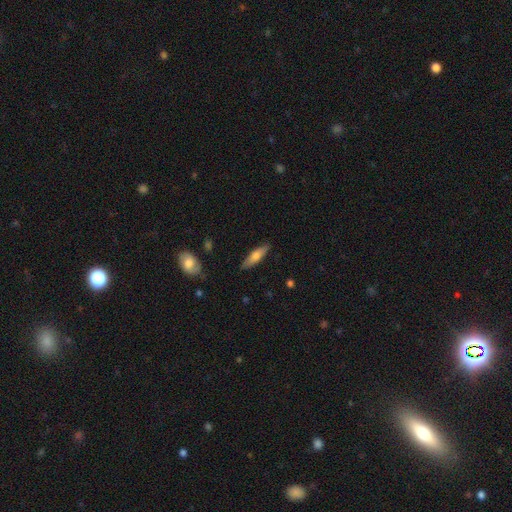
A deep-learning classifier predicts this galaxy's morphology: smooth_or_featured: smooth (p=0.62) [alt: featured or disk p=0.32]
how_rounded: cigar-shaped (p=0.66) [alt: in between p=0.32]
merging: none (p=0.86) [alt: minor disturbance p=0.11]